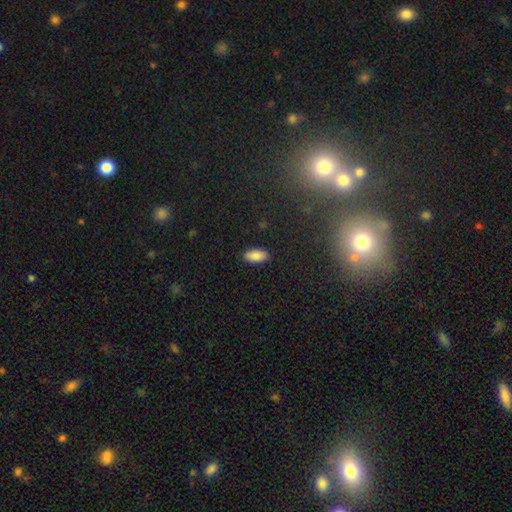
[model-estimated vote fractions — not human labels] A smooth galaxy with no disk features (88%) that is in between round and cigar-shaped (92%).

Vote fractions:
- Smooth or featured? smooth: 88% / star or artifact: 7% / featured or disk: 5%
- How rounded? in between: 92% / cigar-shaped: 6% / round: 2%
- Merging? none: 88% / minor disturbance: 9% / major disturbance: 2% / merger: 1%